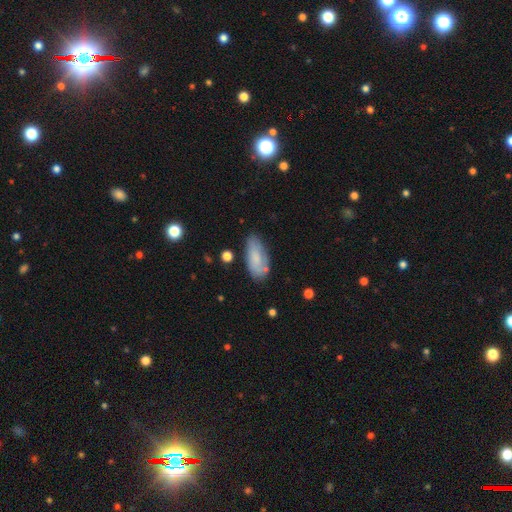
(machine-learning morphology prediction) smooth 74%, featured or disk 19%, star or artifact 7%. Down the decision tree: how rounded — in between (86%); merging — none (67%).